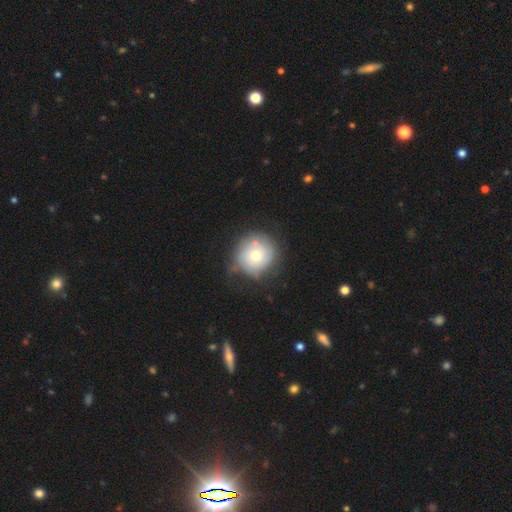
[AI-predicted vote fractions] Q: Smooth or featured?
A: smooth (57%); runner-up: featured or disk (35%)
Q: How rounded?
A: round (92%); runner-up: in between (7%)
Q: Merging?
A: none (57%); runner-up: minor disturbance (26%)